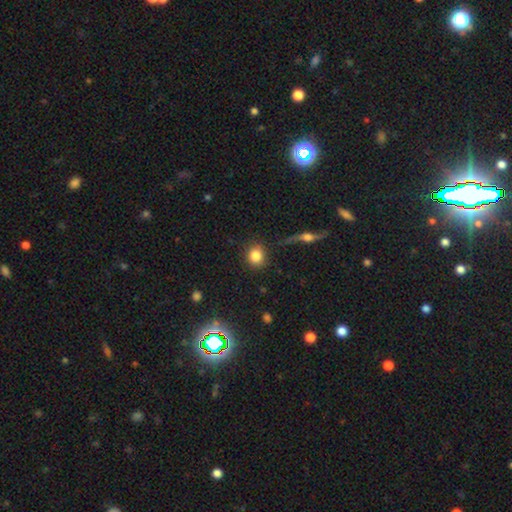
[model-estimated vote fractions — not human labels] A smooth galaxy with no disk features (82%) that is round (81%).

Vote fractions:
- Smooth or featured? smooth: 82% / star or artifact: 10% / featured or disk: 8%
- How rounded? round: 81% / in between: 18% / cigar-shaped: 2%
- Merging? none: 86% / minor disturbance: 8% / major disturbance: 3% / merger: 3%